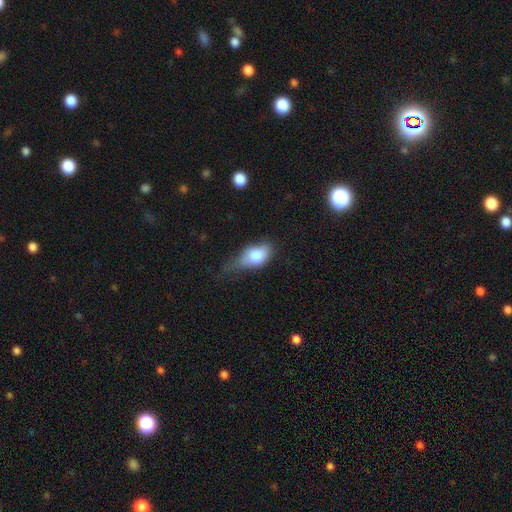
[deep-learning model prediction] A smooth galaxy with no disk features (77%) that is in between round and cigar-shaped (85%). Merging: minor disturbance (43%).